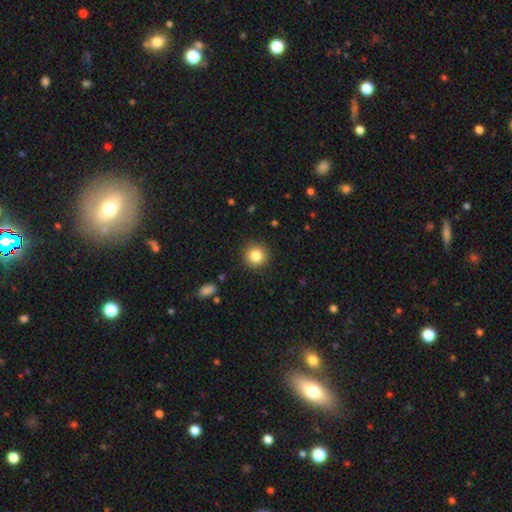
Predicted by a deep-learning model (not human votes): Smooth or featured: smooth — 84% (star or artifact — 10%)
How rounded: round — 94% (in between — 6%)
Merging: none — 90% (minor disturbance — 7%)